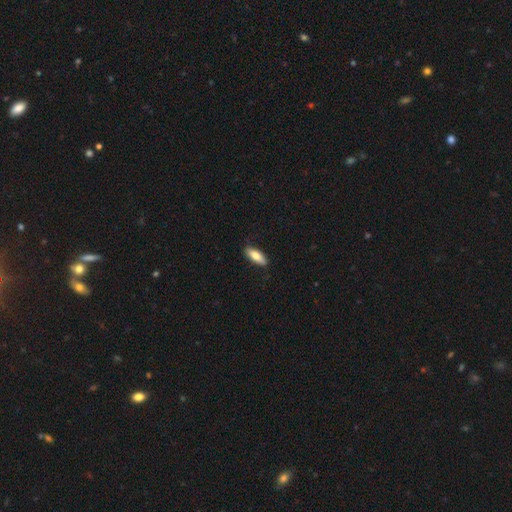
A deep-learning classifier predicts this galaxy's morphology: A smooth galaxy with no disk features (77%) that is in between round and cigar-shaped (62%). Merging: none (85%).